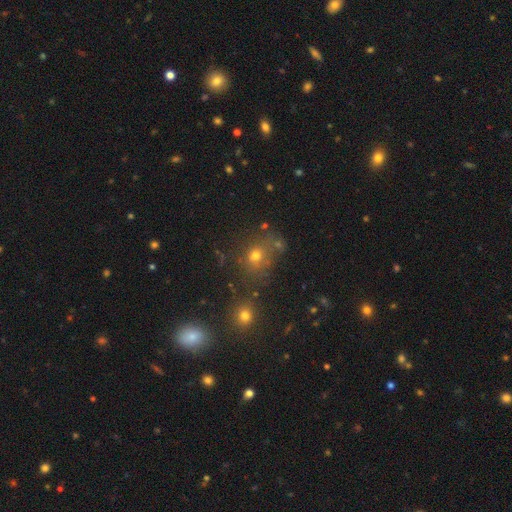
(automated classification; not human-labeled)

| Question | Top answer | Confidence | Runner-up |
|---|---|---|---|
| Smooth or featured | smooth | 64% | star or artifact (25%) |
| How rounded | round | 69% | in between (30%) |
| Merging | none | 64% | merger (15%) |